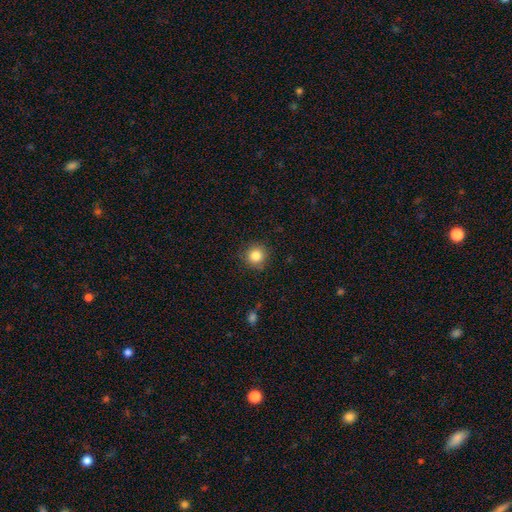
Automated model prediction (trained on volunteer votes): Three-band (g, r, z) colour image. It shows a smooth galaxy with no disk features (85%) that is round (94%). Merging: none (89%).